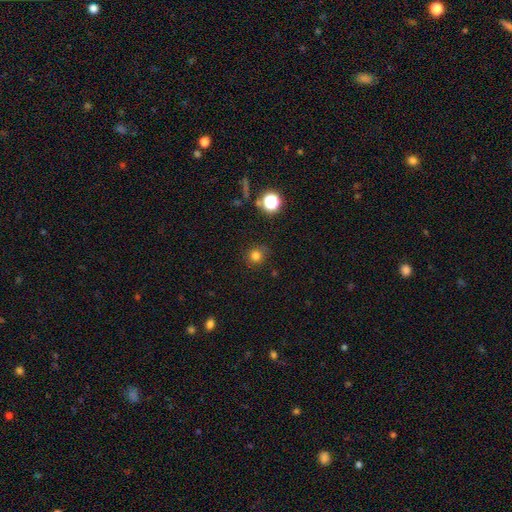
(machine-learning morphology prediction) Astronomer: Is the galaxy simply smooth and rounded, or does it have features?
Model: smooth — 77%.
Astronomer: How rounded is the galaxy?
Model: round — 90%.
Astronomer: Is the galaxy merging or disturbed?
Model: none — 80%.